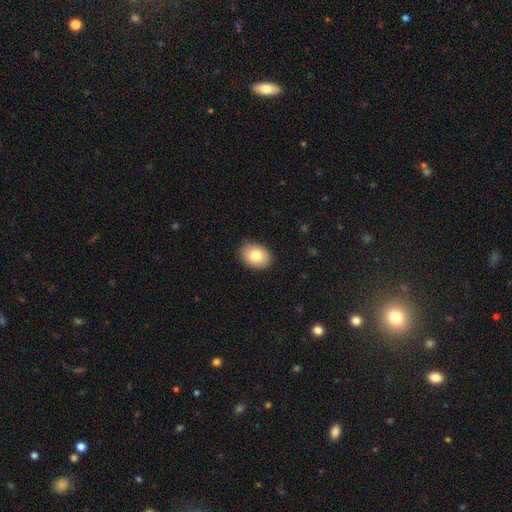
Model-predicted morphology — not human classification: type=smooth (81%); roundness=in between (75%); merging=none (87%).